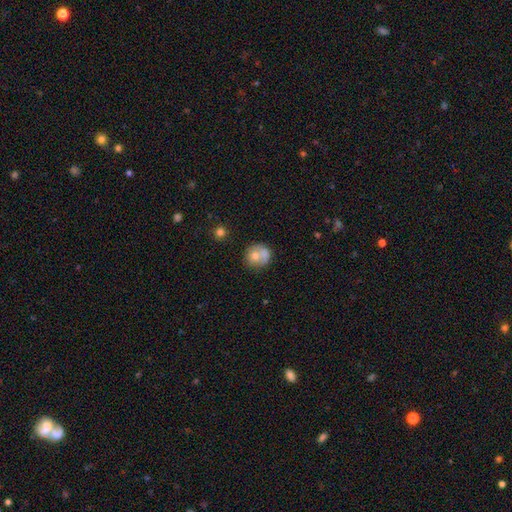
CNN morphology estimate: The model was most divided on "merging": none: 42%, merger: 37%, minor disturbance: 14%, major disturbance: 7%. More confident: how rounded — round (79%); smooth or featured — smooth (65%).